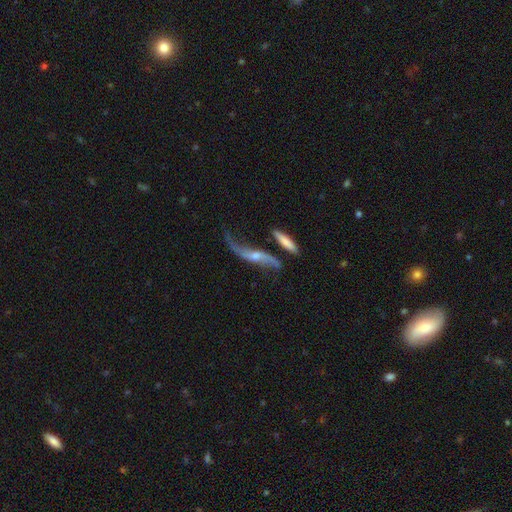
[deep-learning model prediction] smooth-or-featured: featured or disk: 80% | smooth: 13% | star or artifact: 7%
  disk-edge-on: no: 69% | yes: 31%
    bar: no: 60% | weak: 26% | strong: 14%
    has-spiral-arms: yes: 87% | no: 13%
    bulge-size: small: 53% | moderate: 36% | none: 6% | large: 3% | dominant: 2%
  merging: none: 43% | minor disturbance: 20% | major disturbance: 20% | merger: 17%